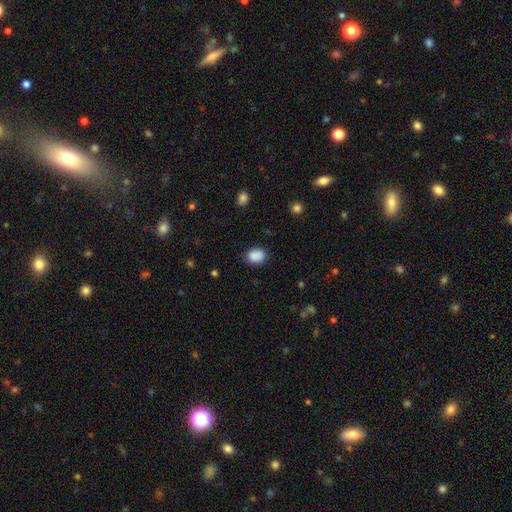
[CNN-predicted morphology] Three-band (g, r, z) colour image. It shows a smooth galaxy with no disk features (87%) that is in between round and cigar-shaped (57%). Merging: none (78%).